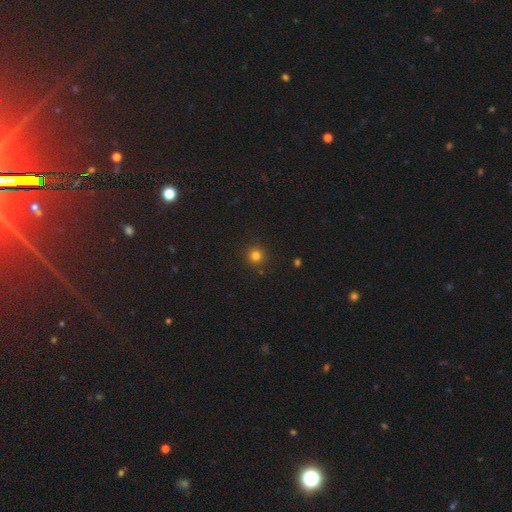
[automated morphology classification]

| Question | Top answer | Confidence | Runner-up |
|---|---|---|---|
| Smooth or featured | smooth | 79% | star or artifact (16%) |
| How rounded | round | 94% | in between (5%) |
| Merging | none | 89% | minor disturbance (7%) |